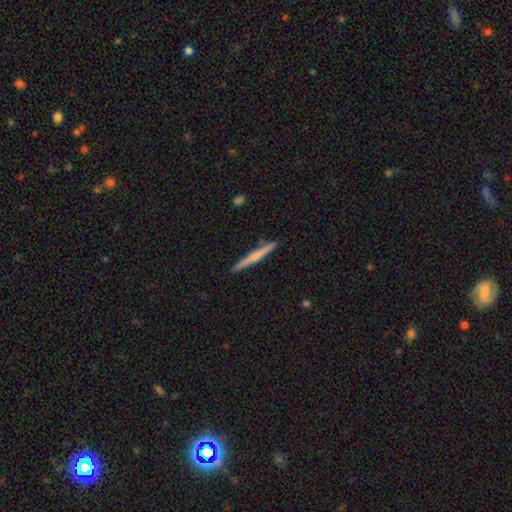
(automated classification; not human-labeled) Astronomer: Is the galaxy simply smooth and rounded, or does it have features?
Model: featured or disk — 51% (runner-up: smooth, 43%).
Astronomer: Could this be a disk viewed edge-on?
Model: yes — 98%.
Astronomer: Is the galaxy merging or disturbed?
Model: none — 91%.